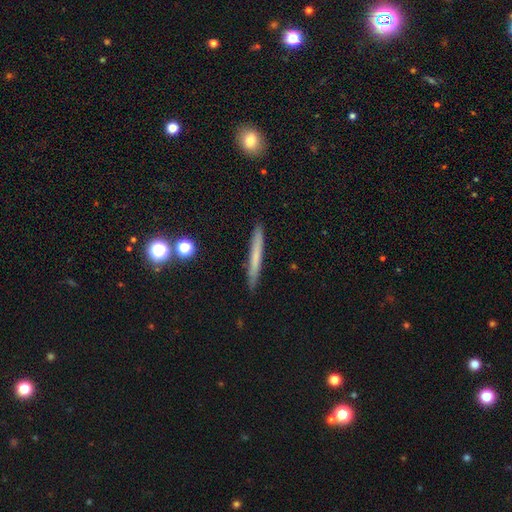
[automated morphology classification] smooth 61%, featured or disk 32%, star or artifact 7%. Down the decision tree: how rounded — cigar-shaped (96%); merging — none (90%).